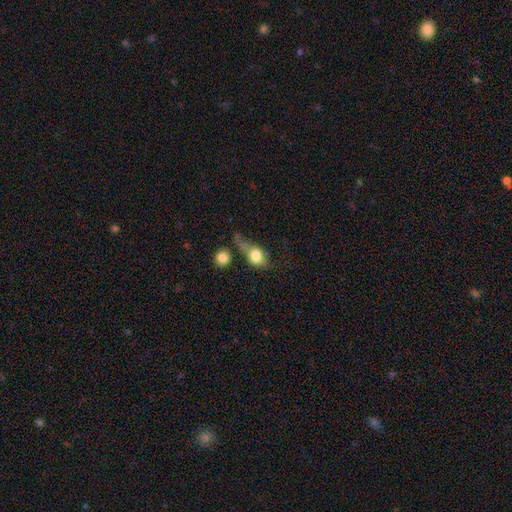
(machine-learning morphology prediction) The model was most divided on "merging": none: 29%, major disturbance: 27%, minor disturbance: 24%, merger: 21%. More confident: smooth or featured — smooth (72%); how rounded — in between (58%).